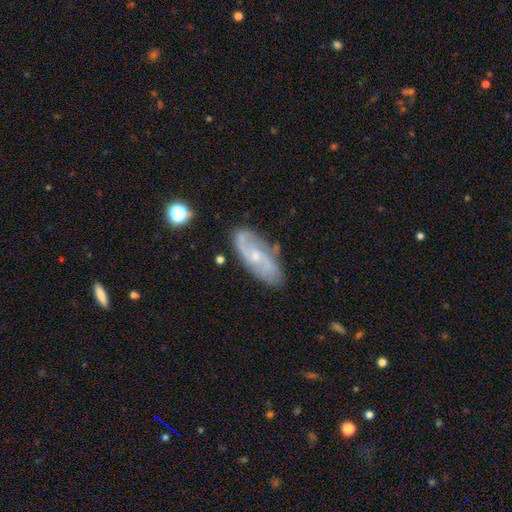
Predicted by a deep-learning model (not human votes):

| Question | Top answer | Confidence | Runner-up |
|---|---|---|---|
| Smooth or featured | featured or disk | 75% | smooth (18%) |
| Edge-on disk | no | 91% | yes (9%) |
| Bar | no | 57% | weak (36%) |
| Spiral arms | yes | 92% | no (8%) |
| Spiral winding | medium | 44% | loose (31%) |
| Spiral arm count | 2 | 72% | can't tell (16%) |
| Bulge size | small | 68% | moderate (27%) |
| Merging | none | 77% | minor disturbance (16%) |